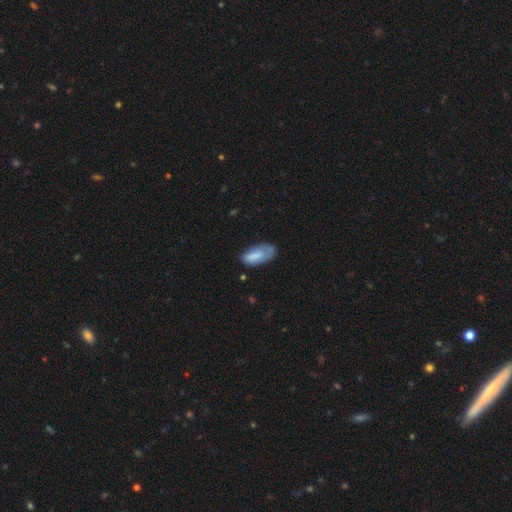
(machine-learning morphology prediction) This is likely a smooth galaxy (75%). How rounded: clearly in between (86%). Merging: possibly none (46%).